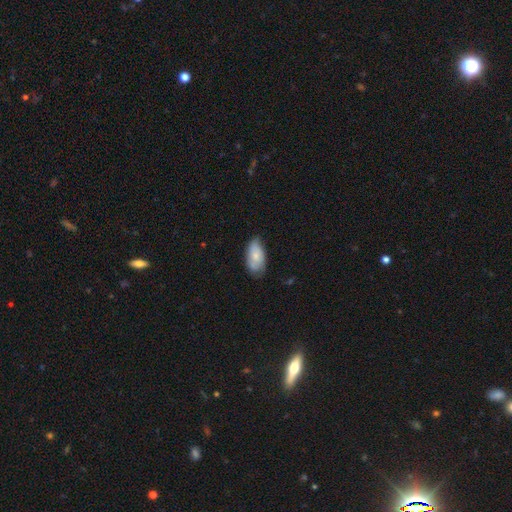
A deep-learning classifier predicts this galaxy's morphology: This is likely a smooth galaxy (70%). How rounded: clearly in between (93%). Merging: likely none (61%).